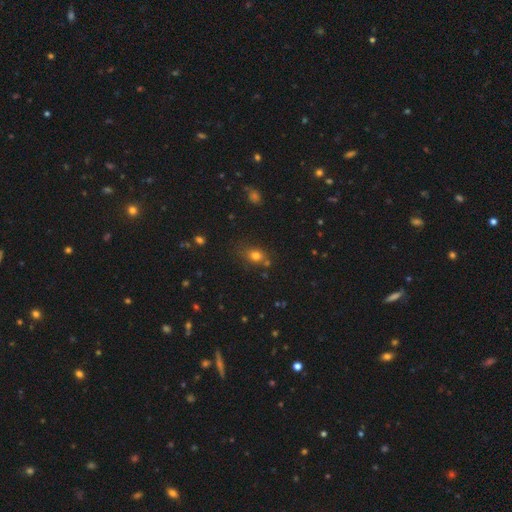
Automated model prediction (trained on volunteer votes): The model was most divided on "how rounded": in between: 53%, round: 46%, cigar-shaped: 2%. More confident: smooth or featured — smooth (75%); merging — none (67%).